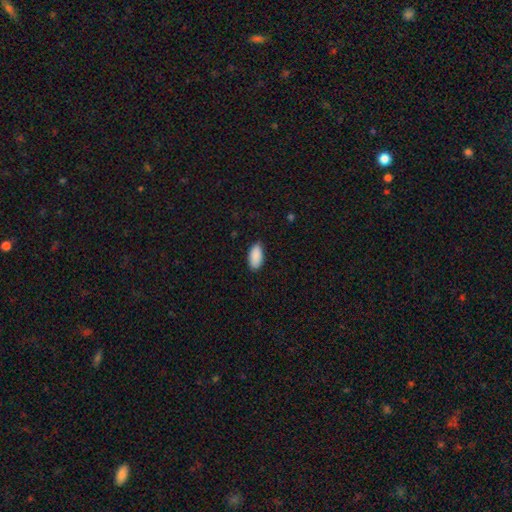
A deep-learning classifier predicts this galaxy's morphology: smooth_or_featured: smooth (p=0.91) [alt: star or artifact p=0.06]
how_rounded: in between (p=0.93) [alt: cigar-shaped p=0.05]
merging: none (p=0.87) [alt: minor disturbance p=0.10]